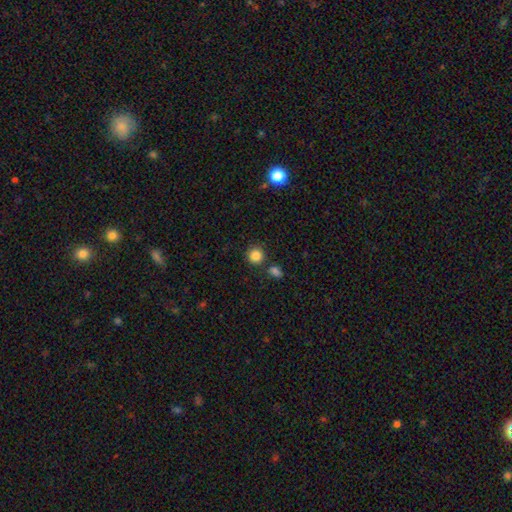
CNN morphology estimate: Smooth or featured? smooth (85%)
How rounded? round (92%)
Merging? none (81%)